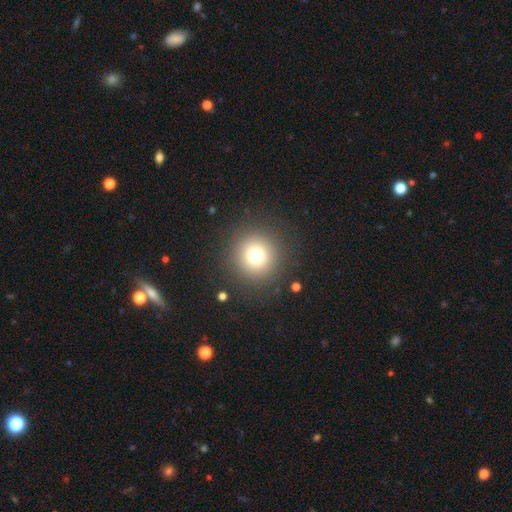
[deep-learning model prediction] Smooth or featured?
  - smooth: 74% *
  - star or artifact: 16%
  - featured or disk: 10%
How rounded?
  - round: 95% *
  - in between: 4%
  - cigar-shaped: 1%
Merging?
  - none: 89% *
  - minor disturbance: 6%
  - major disturbance: 4%
  - merger: 1%